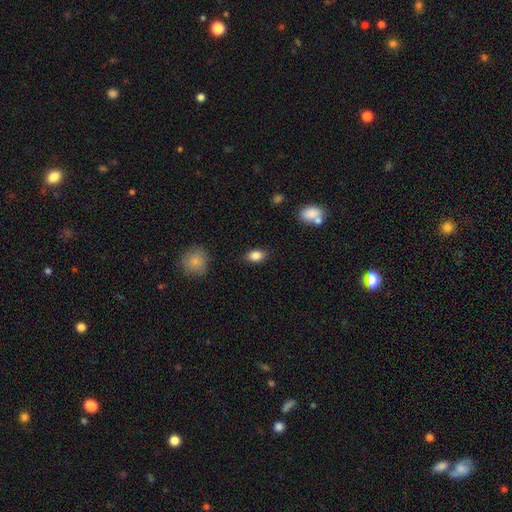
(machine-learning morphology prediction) This appears to be a smooth galaxy with no disk features (85%) that is in between round and cigar-shaped (82%). Merging: none (86%).